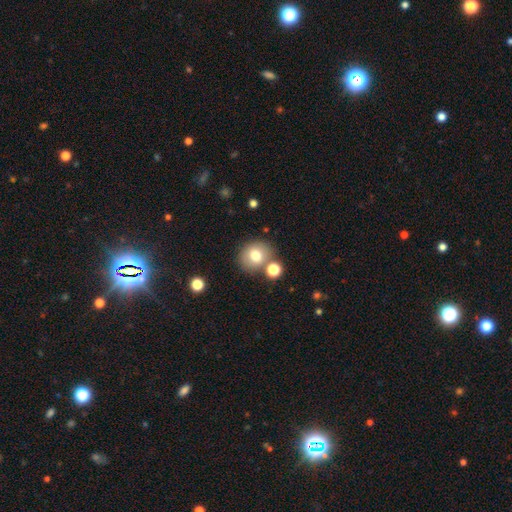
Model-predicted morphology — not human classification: smooth 74%, featured or disk 14%, star or artifact 12%. Down the decision tree: how rounded — round (77%); merging — none (70%).